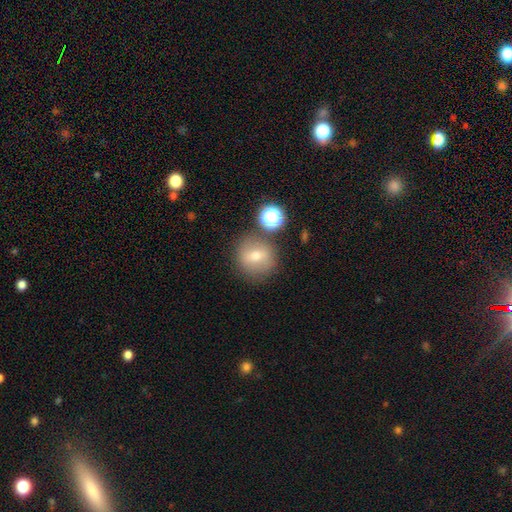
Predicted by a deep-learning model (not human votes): smooth_or_featured: smooth (p=0.66) [alt: featured or disk p=0.22]
how_rounded: round (p=0.88) [alt: in between p=0.11]
merging: none (p=0.77) [alt: minor disturbance p=0.12]